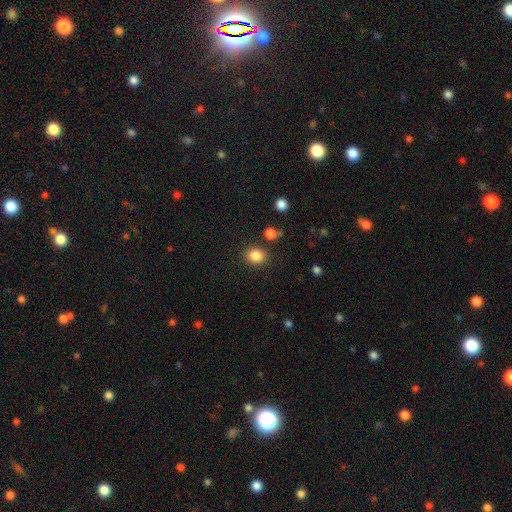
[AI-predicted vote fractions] Smooth or featured? Predicted: smooth (p=0.85). How rounded? Predicted: round (p=0.62). Merging? Predicted: none (p=0.85).